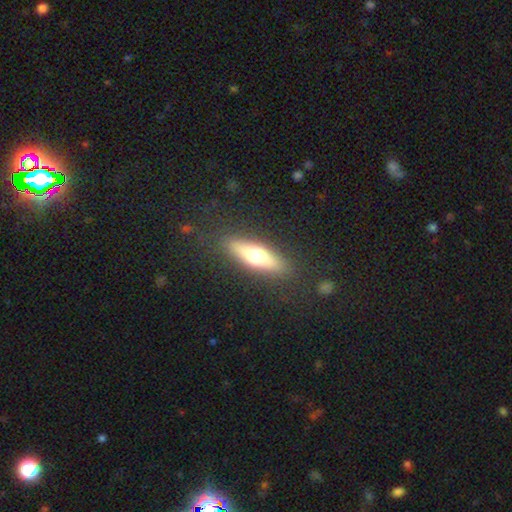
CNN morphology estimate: Smooth or featured?
  - smooth: 54% *
  - featured or disk: 38%
  - star or artifact: 8%
How rounded?
  - cigar-shaped: 57% *
  - in between: 39%
  - round: 3%
Merging?
  - none: 86% *
  - minor disturbance: 9%
  - major disturbance: 3%
  - merger: 1%